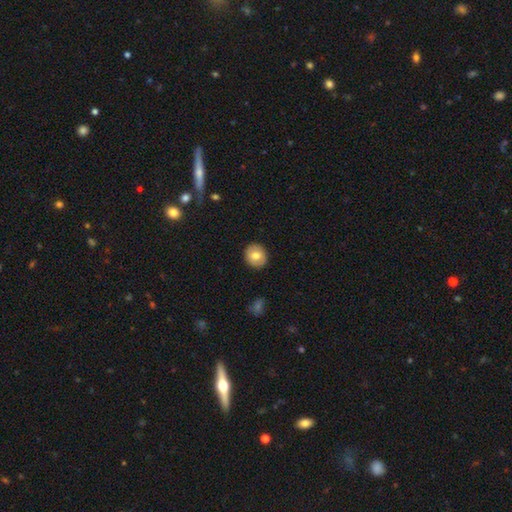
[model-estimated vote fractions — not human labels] The model was most divided on "how rounded": round: 79%, in between: 20%, cigar-shaped: 1%. More confident: merging — none (90%); smooth or featured — smooth (77%).